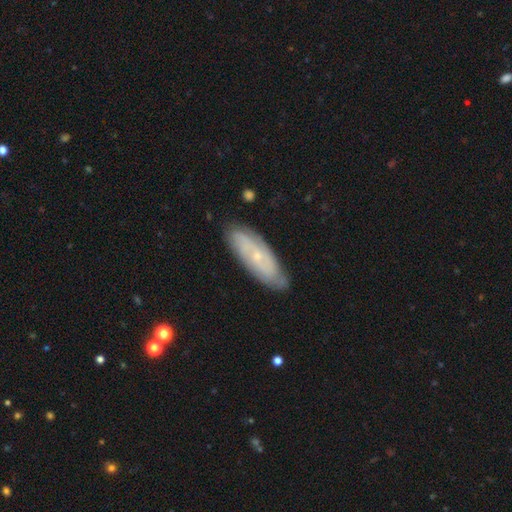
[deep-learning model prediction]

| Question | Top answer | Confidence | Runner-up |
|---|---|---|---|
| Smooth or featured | featured or disk | 57% | smooth (33%) |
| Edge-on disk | no | 78% | yes (22%) |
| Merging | none | 84% | minor disturbance (13%) |